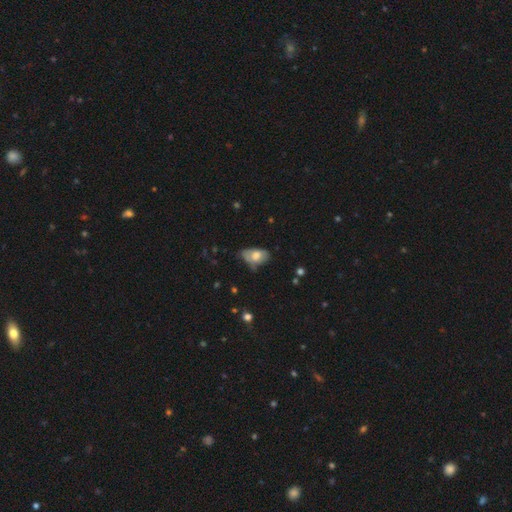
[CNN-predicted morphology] A smooth galaxy with no disk features (67%) that is in between round and cigar-shaped (88%).

Vote fractions:
- Smooth or featured? smooth: 67% / featured or disk: 24% / star or artifact: 9%
- How rounded? in between: 88% / round: 10% / cigar-shaped: 2%
- Merging? minor disturbance: 41% / none: 33% / major disturbance: 21% / merger: 5%